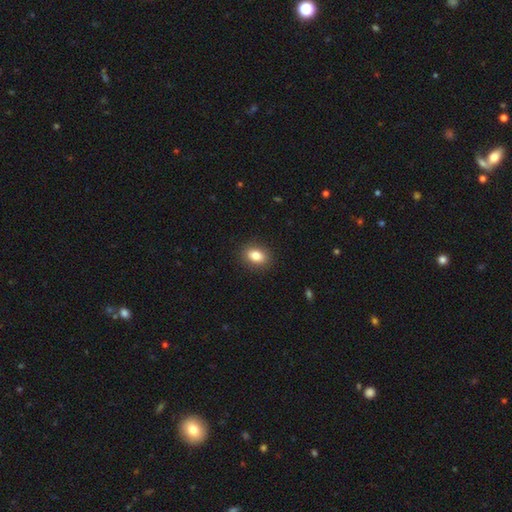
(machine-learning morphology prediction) smooth 84%, star or artifact 9%, featured or disk 8%. Down the decision tree: how rounded — in between (74%); merging — none (89%).